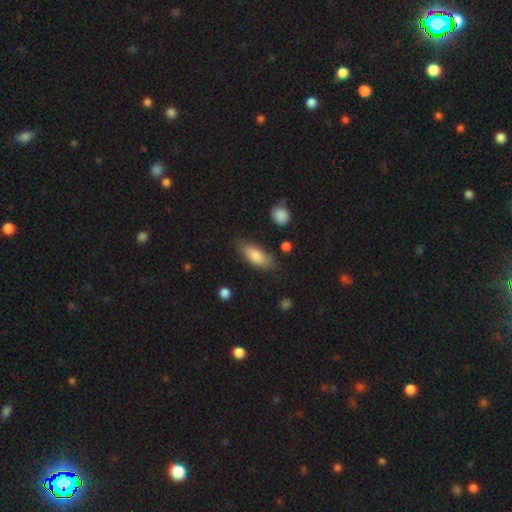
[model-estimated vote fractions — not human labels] Smooth or featured? Predicted: smooth (p=0.80). How rounded? Predicted: in between (p=0.77). Merging? Predicted: none (p=0.74).